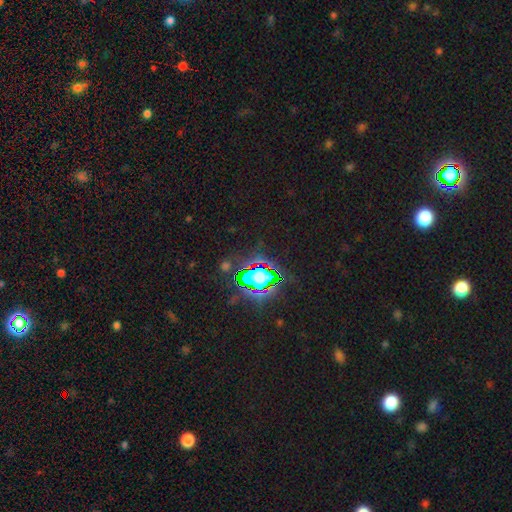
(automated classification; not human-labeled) A star or artifact, not a galaxy (79%).

Vote fractions:
- Smooth or featured? star or artifact: 79% / smooth: 13% / featured or disk: 8%